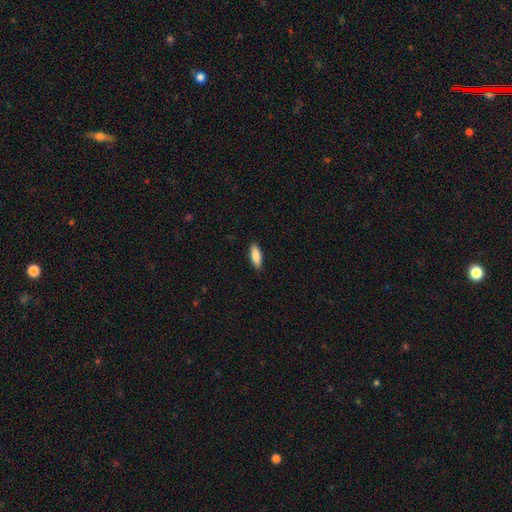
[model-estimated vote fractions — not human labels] A smooth galaxy with no disk features (87%) that is in between round and cigar-shaped (69%).

Vote fractions:
- Smooth or featured? smooth: 87% / featured or disk: 7% / star or artifact: 6%
- How rounded? in between: 69% / cigar-shaped: 29% / round: 2%
- Merging? none: 90% / minor disturbance: 8% / major disturbance: 2% / merger: 1%